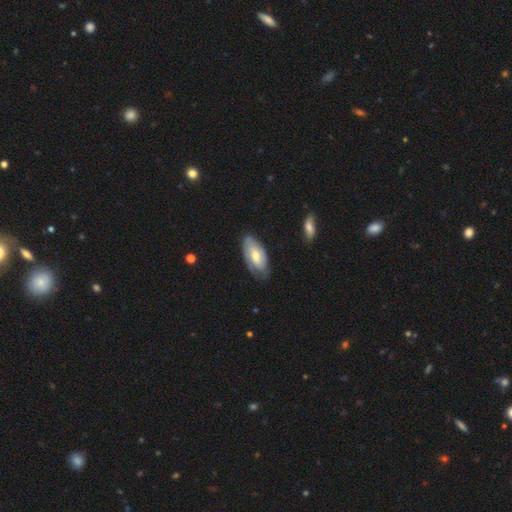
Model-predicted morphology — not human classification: Smooth or featured? Predicted: featured or disk (p=0.52). Edge-on disk? Predicted: no (p=0.88). Merging? Predicted: none (p=0.67).